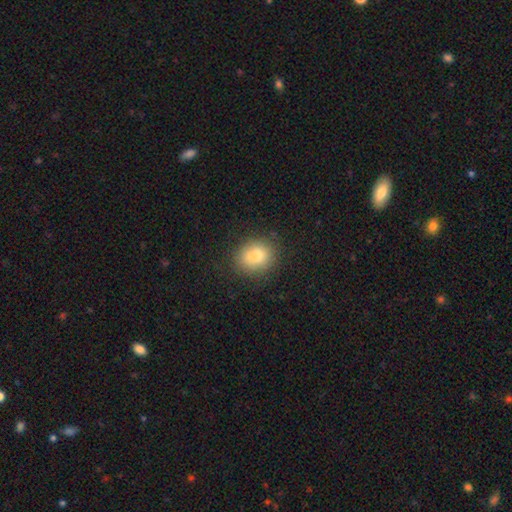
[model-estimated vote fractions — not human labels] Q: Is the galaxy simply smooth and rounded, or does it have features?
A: smooth — 81%.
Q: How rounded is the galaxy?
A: round — 63%.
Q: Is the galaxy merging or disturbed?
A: none — 84%.